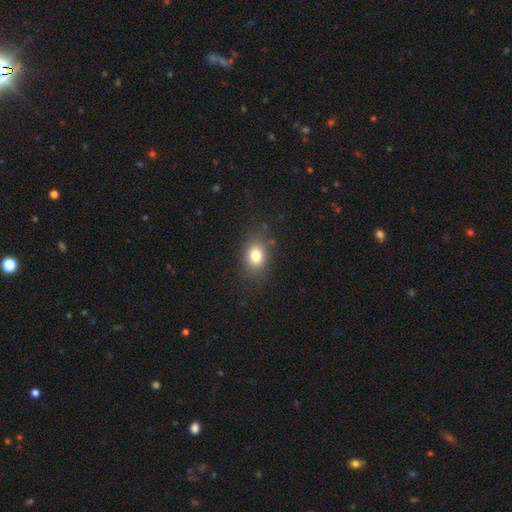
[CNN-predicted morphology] This appears to be a smooth galaxy with no disk features (79%) that is in between round and cigar-shaped (67%). Merging: none (83%).